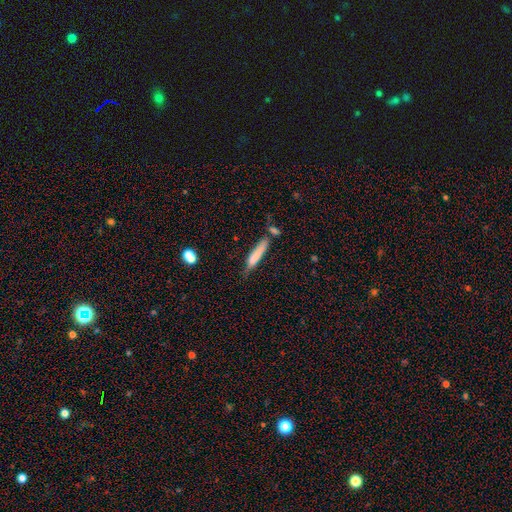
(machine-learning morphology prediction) This is likely a smooth galaxy (75%). How rounded: clearly cigar-shaped (86%). Merging: possibly none (50%).